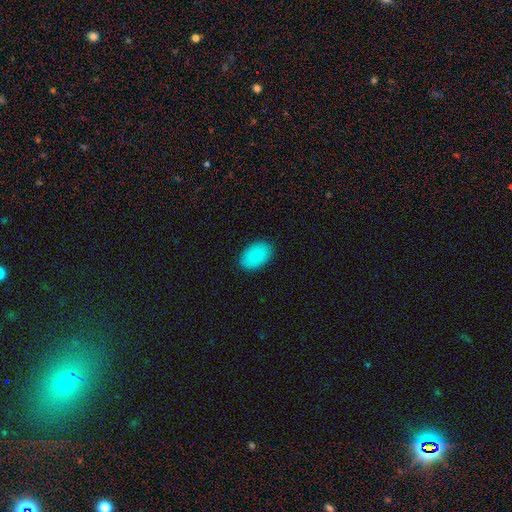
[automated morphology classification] This is clearly a smooth galaxy (89%). How rounded: clearly in between (91%). Merging: clearly none (87%).